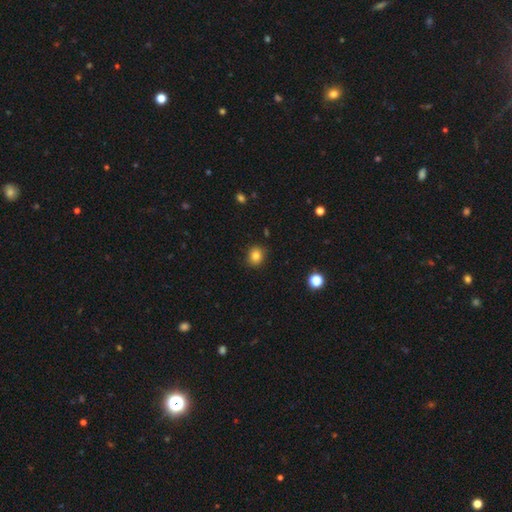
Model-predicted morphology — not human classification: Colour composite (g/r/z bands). It shows a smooth galaxy with no disk features (82%) that is round (78%). Merging: none (89%).